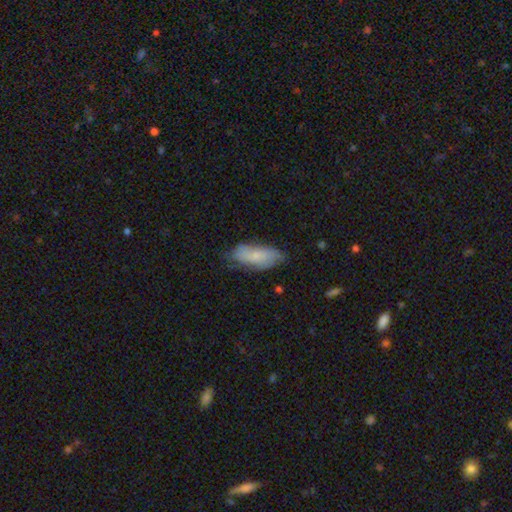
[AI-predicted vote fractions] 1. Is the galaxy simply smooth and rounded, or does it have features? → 70% smooth, 23% featured or disk, 7% star or artifact.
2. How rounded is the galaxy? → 79% in between, 19% cigar-shaped, 2% round.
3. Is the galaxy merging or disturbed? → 62% none, 29% minor disturbance, 7% major disturbance, 2% merger.